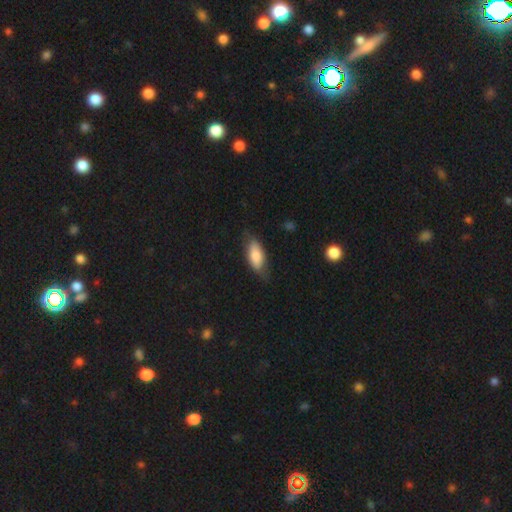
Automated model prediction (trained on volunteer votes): Q: Smooth or featured?
A: smooth (74%); runner-up: featured or disk (20%)
Q: How rounded?
A: in between (82%); runner-up: cigar-shaped (16%)
Q: Merging?
A: none (71%); runner-up: minor disturbance (23%)